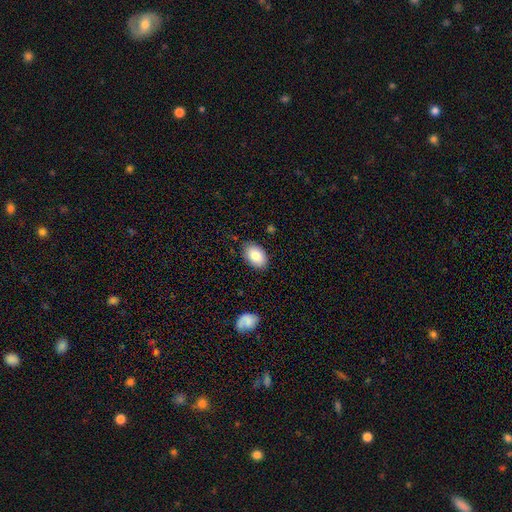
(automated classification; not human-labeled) This is clearly a smooth galaxy (83%). How rounded: clearly in between (90%). Merging: clearly none (83%).